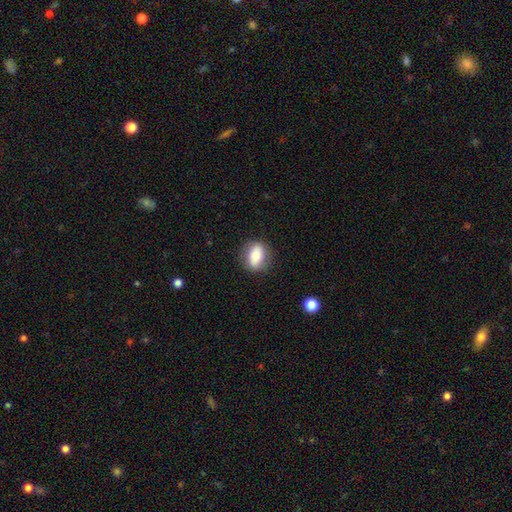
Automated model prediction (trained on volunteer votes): The model was most divided on "how rounded": in between: 62%, round: 34%, cigar-shaped: 3%. More confident: merging — none (84%); smooth or featured — smooth (68%).